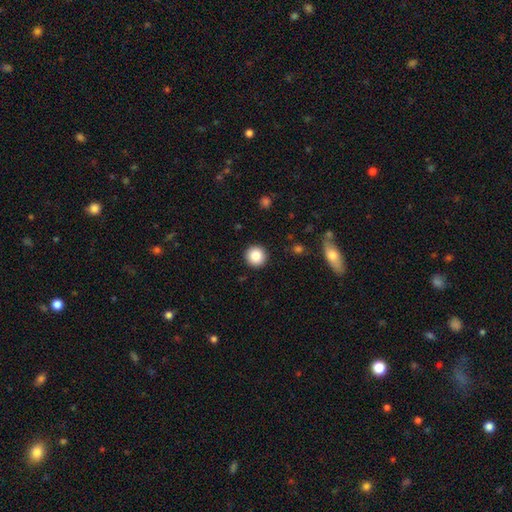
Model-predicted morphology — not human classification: smooth-or-featured: smooth: 84% | star or artifact: 10% | featured or disk: 6%
  how-rounded: round: 96% | in between: 4% | cigar-shaped: 1%
  merging: none: 93% | minor disturbance: 4% | major disturbance: 2% | merger: 1%